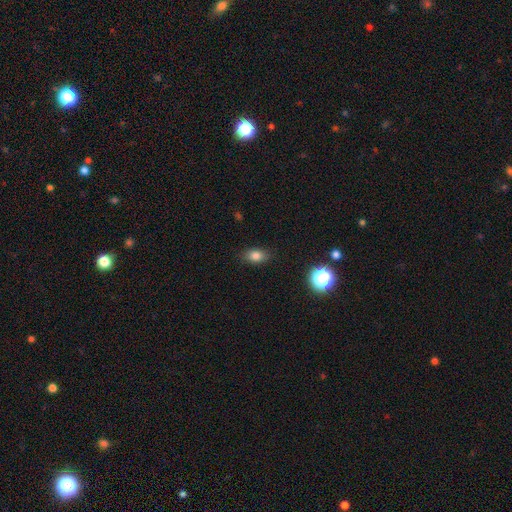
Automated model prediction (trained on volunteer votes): This appears to be a smooth galaxy with no disk features (81%) that is in between round and cigar-shaped (78%). Merging: none (84%).